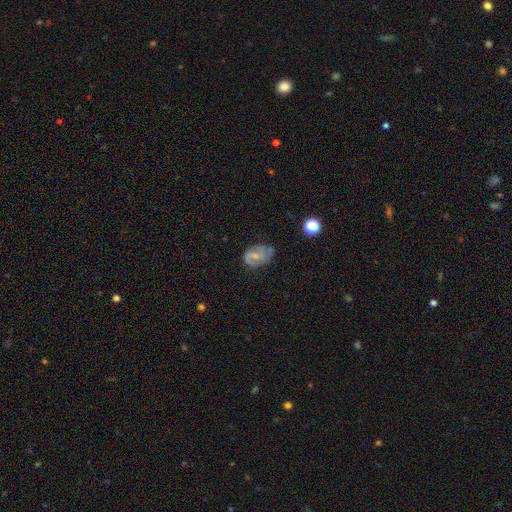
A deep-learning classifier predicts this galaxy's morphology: Q: Smooth or featured?
A: featured or disk (48%); runner-up: smooth (42%)
Q: Merging?
A: none (53%); runner-up: minor disturbance (32%)